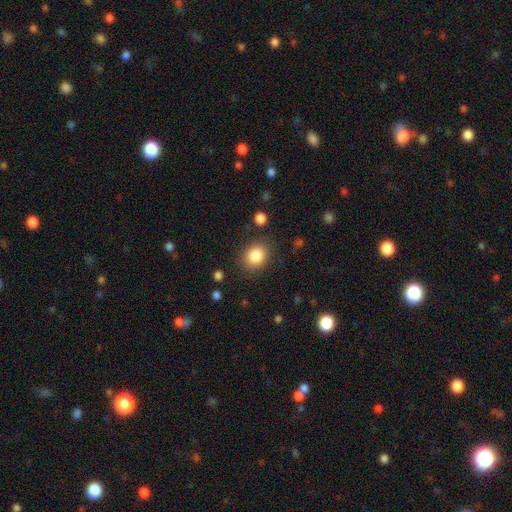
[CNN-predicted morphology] This is clearly a smooth galaxy (85%). How rounded: likely round (61%). Merging: clearly none (84%).